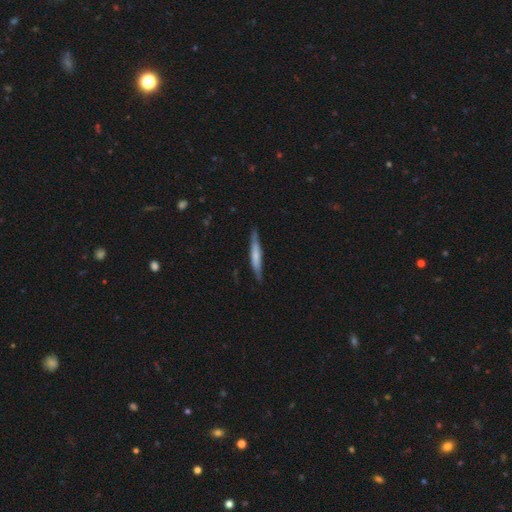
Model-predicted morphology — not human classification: Smooth or featured? Predicted: smooth (p=0.55). How rounded? Predicted: cigar-shaped (p=0.94). Merging? Predicted: none (p=0.84).